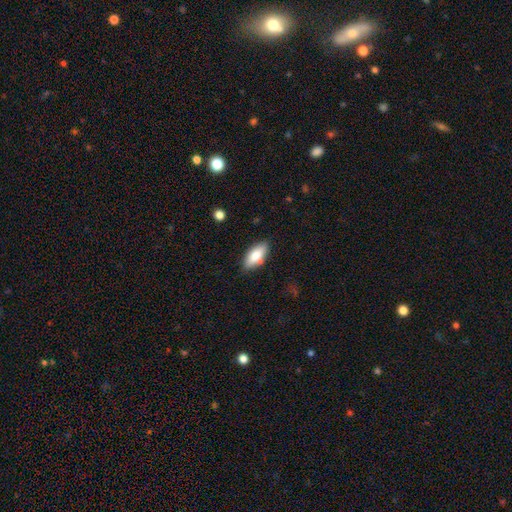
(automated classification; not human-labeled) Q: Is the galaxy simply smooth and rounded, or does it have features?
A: smooth — 79%.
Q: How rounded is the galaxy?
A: in between — 84%.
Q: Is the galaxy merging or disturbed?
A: none — 81%.